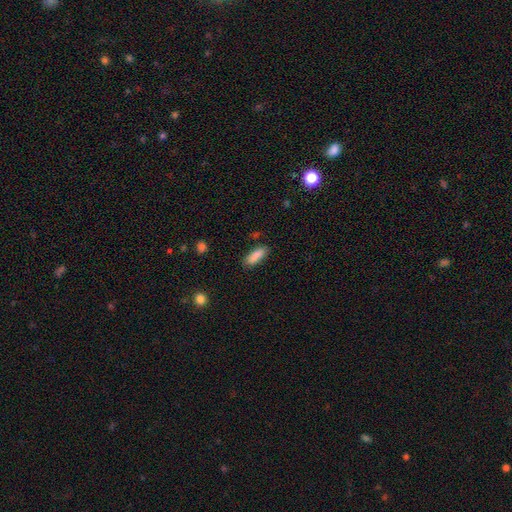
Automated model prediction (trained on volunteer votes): A smooth galaxy with no disk features (87%) that is in between round and cigar-shaped (58%).

Vote fractions:
- Smooth or featured? smooth: 87% / star or artifact: 7% / featured or disk: 6%
- How rounded? in between: 58% / cigar-shaped: 40% / round: 2%
- Merging? none: 84% / minor disturbance: 12% / major disturbance: 3% / merger: 2%